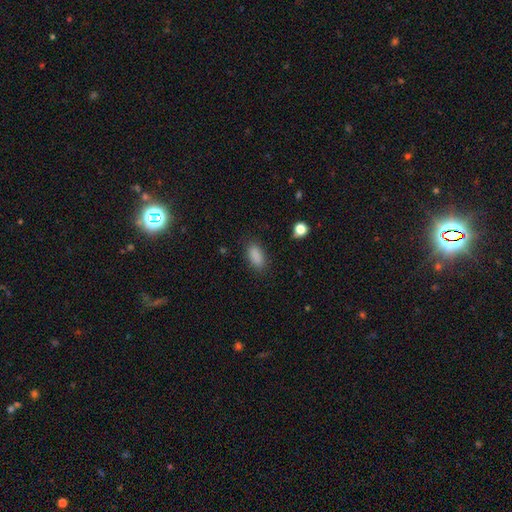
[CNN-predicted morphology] smooth_or_featured: smooth (p=0.88) [alt: star or artifact p=0.09]
how_rounded: in between (p=0.88) [alt: cigar-shaped p=0.08]
merging: none (p=0.84) [alt: minor disturbance p=0.11]